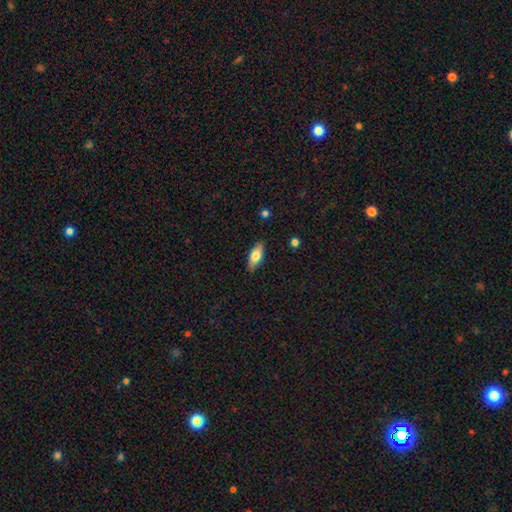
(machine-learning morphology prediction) This appears to be a smooth galaxy with no disk features (72%) that is in between round and cigar-shaped (76%). Merging: none (87%).